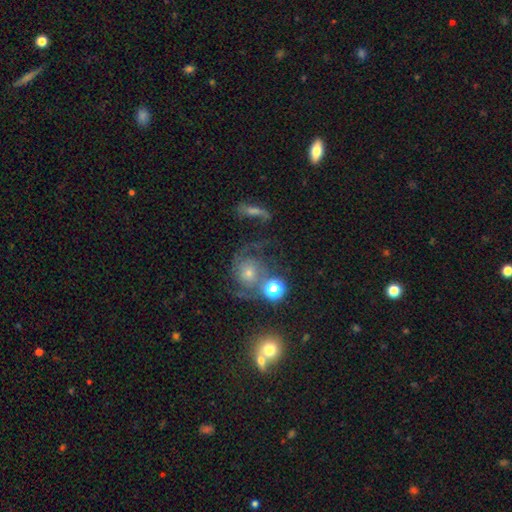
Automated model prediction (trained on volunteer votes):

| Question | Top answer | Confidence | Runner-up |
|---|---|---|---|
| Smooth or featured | featured or disk | 55% | star or artifact (25%) |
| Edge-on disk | no | 95% | yes (5%) |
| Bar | no | 73% | weak (21%) |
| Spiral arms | yes | 85% | no (15%) |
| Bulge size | moderate | 45% | small (39%) |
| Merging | none | 59% | minor disturbance (16%) |